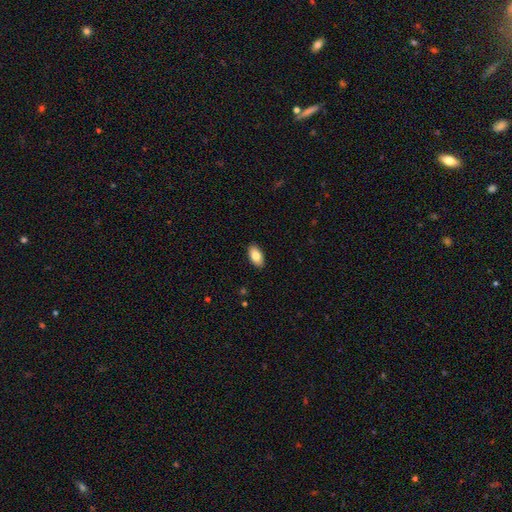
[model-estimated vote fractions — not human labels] Q: Smooth or featured?
A: smooth (83%); runner-up: featured or disk (11%)
Q: How rounded?
A: in between (94%); runner-up: round (4%)
Q: Merging?
A: none (90%); runner-up: minor disturbance (8%)